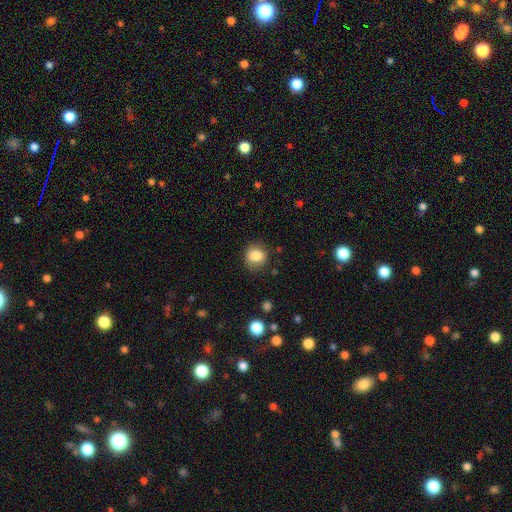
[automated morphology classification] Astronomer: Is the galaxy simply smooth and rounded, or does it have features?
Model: smooth — 83%.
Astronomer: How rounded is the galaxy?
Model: round — 81%.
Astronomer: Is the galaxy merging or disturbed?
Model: none — 80%.